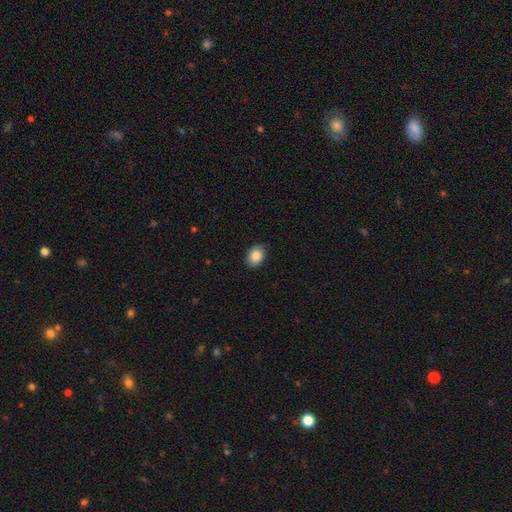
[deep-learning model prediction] A smooth galaxy with no disk features (87%) that is in between round and cigar-shaped (69%).

Vote fractions:
- Smooth or featured? smooth: 87% / star or artifact: 8% / featured or disk: 6%
- How rounded? in between: 69% / round: 30% / cigar-shaped: 1%
- Merging? none: 88% / minor disturbance: 9% / major disturbance: 2% / merger: 1%